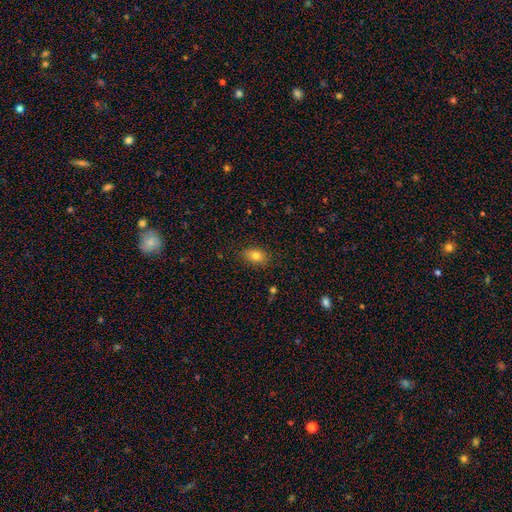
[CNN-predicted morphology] Smooth or featured? smooth (81%)
How rounded? in between (83%)
Merging? none (84%)